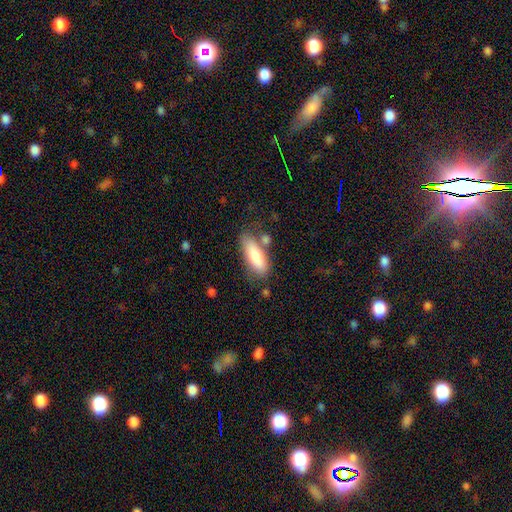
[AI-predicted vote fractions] Smooth or featured: smooth — 78% (featured or disk — 16%)
How rounded: in between — 65% (cigar-shaped — 33%)
Merging: none — 63% (minor disturbance — 19%)